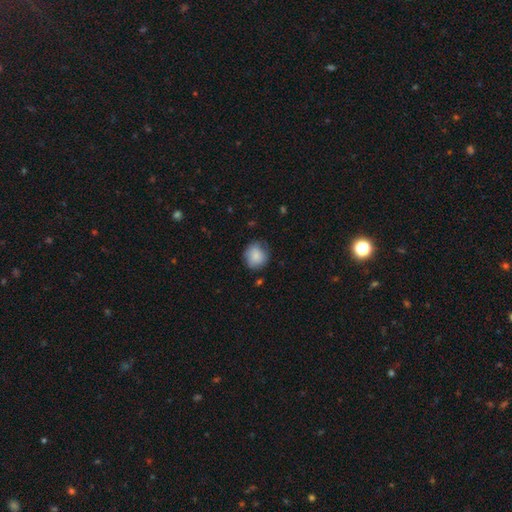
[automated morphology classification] smooth 85%, star or artifact 7%, featured or disk 7%. Down the decision tree: how rounded — round (84%); merging — none (73%).